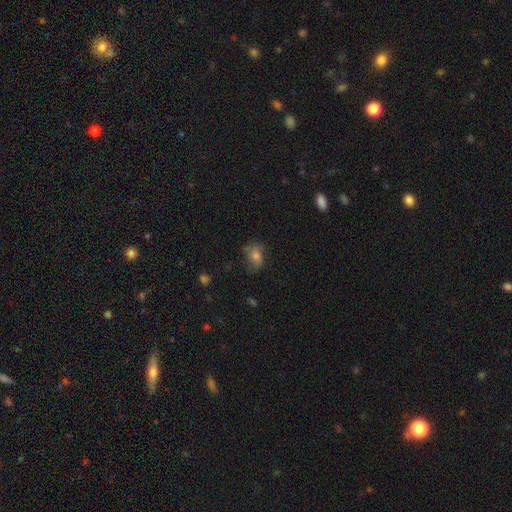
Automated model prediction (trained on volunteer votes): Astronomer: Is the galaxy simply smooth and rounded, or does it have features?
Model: smooth — 64%.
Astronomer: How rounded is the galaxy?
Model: in between — 72%.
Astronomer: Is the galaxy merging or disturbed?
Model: none — 59%.